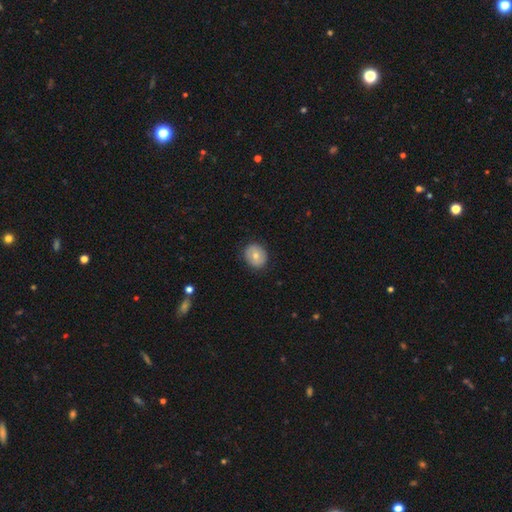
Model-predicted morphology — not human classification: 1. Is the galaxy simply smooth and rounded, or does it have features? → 67% smooth, 25% featured or disk, 8% star or artifact.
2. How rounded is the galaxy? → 71% round, 28% in between, 1% cigar-shaped.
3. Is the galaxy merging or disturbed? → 86% none, 10% minor disturbance, 3% major disturbance, 1% merger.